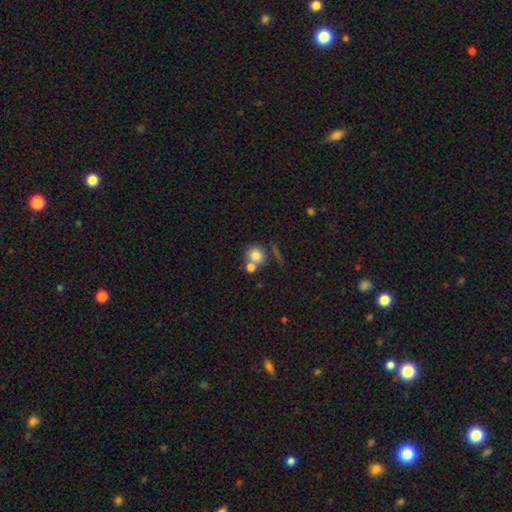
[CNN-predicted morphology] A smooth galaxy with no disk features (78%) that is round (82%). Merging: none (46%).